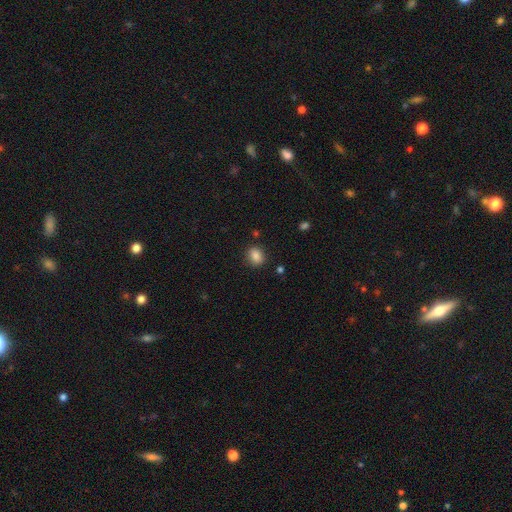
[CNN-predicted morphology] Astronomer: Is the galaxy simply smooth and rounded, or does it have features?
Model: smooth — 86%.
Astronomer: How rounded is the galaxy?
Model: in between — 50% (runner-up: round, 49%).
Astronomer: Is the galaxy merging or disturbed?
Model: none — 86%.